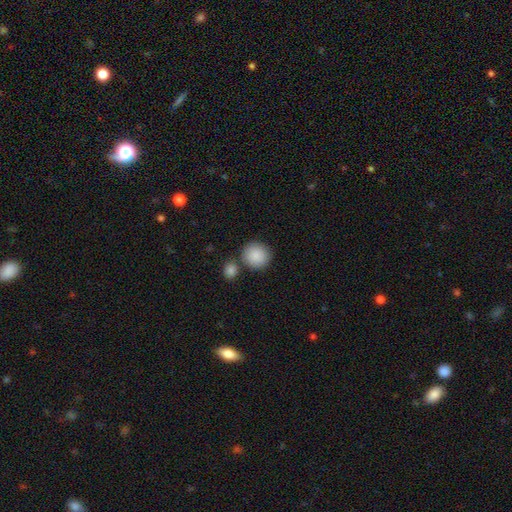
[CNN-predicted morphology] Q: Smooth or featured?
A: smooth (89%); runner-up: star or artifact (7%)
Q: How rounded?
A: round (90%); runner-up: in between (9%)
Q: Merging?
A: none (73%); runner-up: merger (14%)